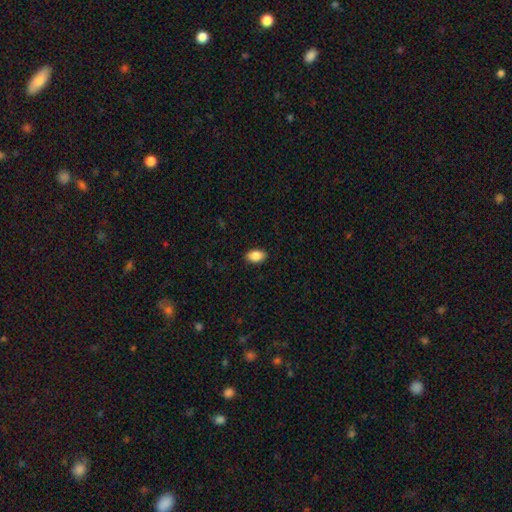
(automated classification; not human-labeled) The model was most divided on "smooth or featured": smooth: 88%, star or artifact: 7%, featured or disk: 4%. More confident: how rounded — in between (91%); merging — none (89%).